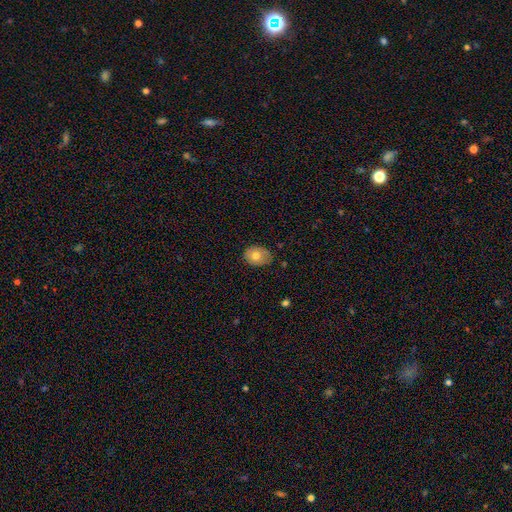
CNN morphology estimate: A smooth galaxy with no disk features (71%) that is in between round and cigar-shaped (67%).

Vote fractions:
- Smooth or featured? smooth: 71% / featured or disk: 21% / star or artifact: 8%
- How rounded? in between: 67% / round: 32% / cigar-shaped: 1%
- Merging? none: 72% / minor disturbance: 22% / major disturbance: 4% / merger: 1%